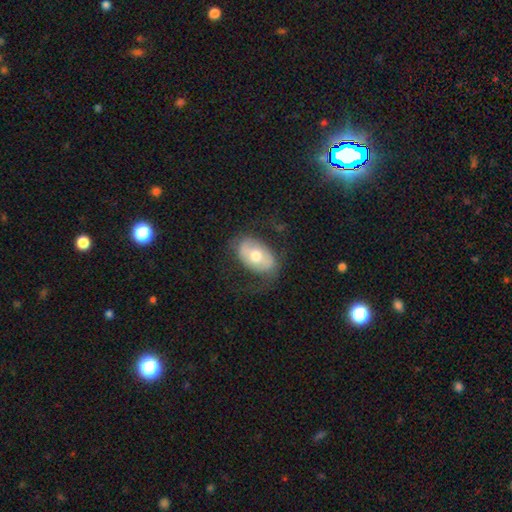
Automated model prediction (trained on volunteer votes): Smooth or featured?
  - smooth: 51% *
  - featured or disk: 43%
  - star or artifact: 6%
How rounded?
  - in between: 89% *
  - round: 9%
  - cigar-shaped: 1%
Merging?
  - none: 63% *
  - minor disturbance: 20%
  - major disturbance: 16%
  - merger: 1%